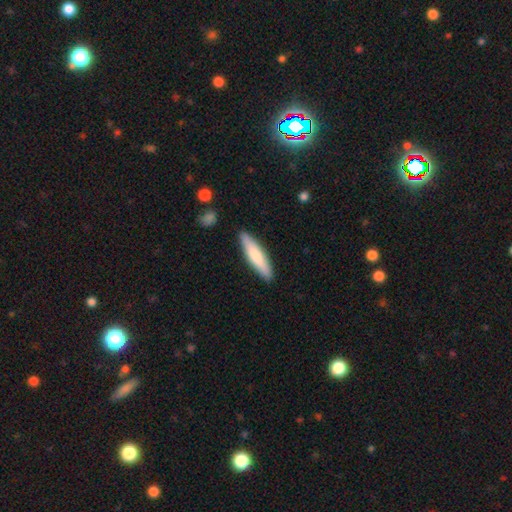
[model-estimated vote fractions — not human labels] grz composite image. It shows a smooth galaxy with no disk features (72%) that is cigar-shaped (81%). Merging: none (88%).